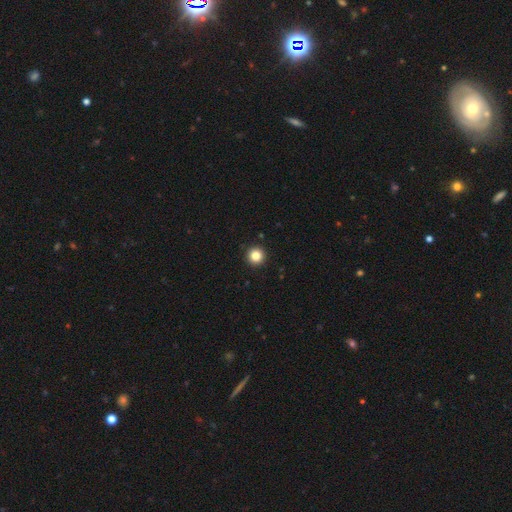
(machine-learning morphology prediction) type=smooth (83%); roundness=round (96%); merging=none (94%).